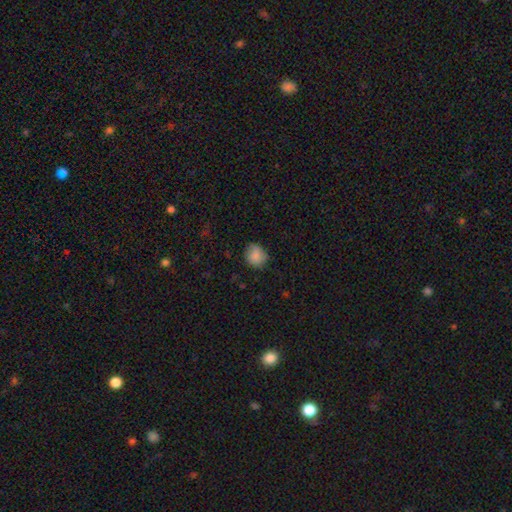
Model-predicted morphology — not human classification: smooth 85%, star or artifact 8%, featured or disk 7%. Down the decision tree: how rounded — round (80%); merging — none (76%).